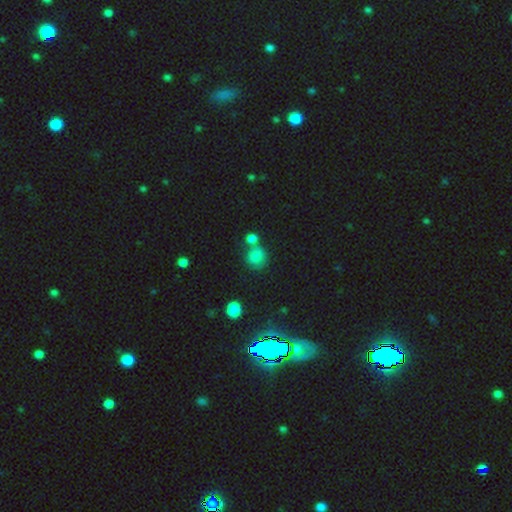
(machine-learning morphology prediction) Smooth or featured? Predicted: smooth (p=0.76). How rounded? Predicted: round (p=0.82). Merging? Predicted: none (p=0.54).